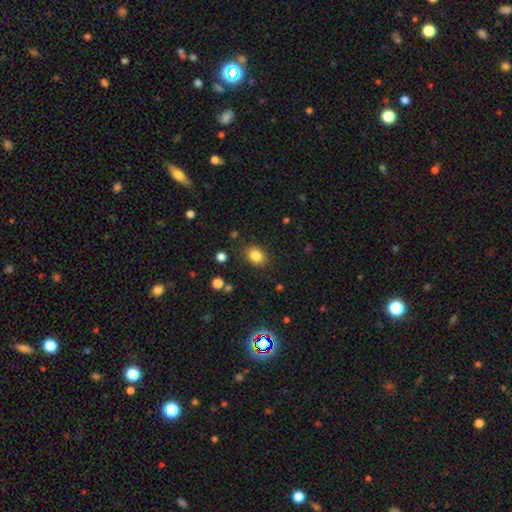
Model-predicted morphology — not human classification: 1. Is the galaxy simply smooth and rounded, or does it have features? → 84% smooth, 11% star or artifact, 6% featured or disk.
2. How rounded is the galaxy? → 58% in between, 41% round, 1% cigar-shaped.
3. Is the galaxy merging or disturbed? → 84% none, 11% minor disturbance, 3% major disturbance, 2% merger.